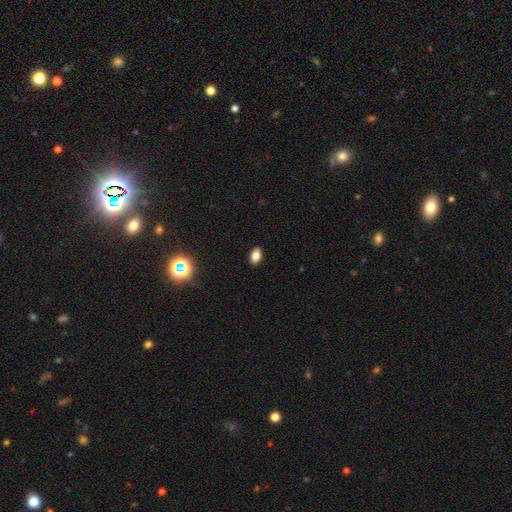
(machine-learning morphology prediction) smooth-or-featured: smooth: 79% | star or artifact: 12% | featured or disk: 8%
  how-rounded: in between: 88% | round: 10% | cigar-shaped: 3%
  merging: none: 89% | minor disturbance: 8% | major disturbance: 2% | merger: 1%